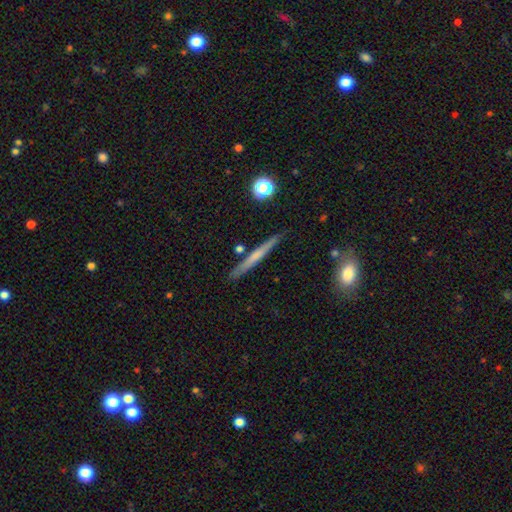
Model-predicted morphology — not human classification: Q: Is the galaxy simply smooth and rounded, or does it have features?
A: smooth — 48%.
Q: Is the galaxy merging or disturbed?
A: none — 87%.